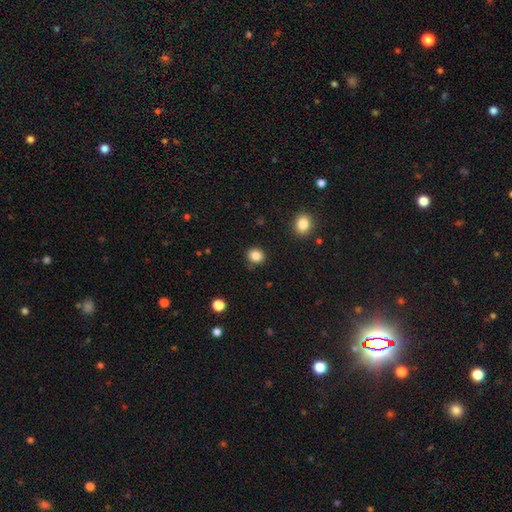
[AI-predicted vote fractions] This is clearly a smooth galaxy (85%). How rounded: clearly round (83%). Merging: clearly none (87%).